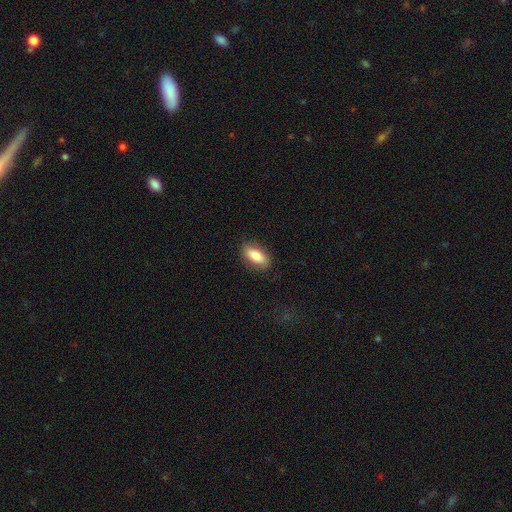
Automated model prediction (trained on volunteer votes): Morphology: type=smooth (83%); roundness=in between (87%); merging=none (84%).